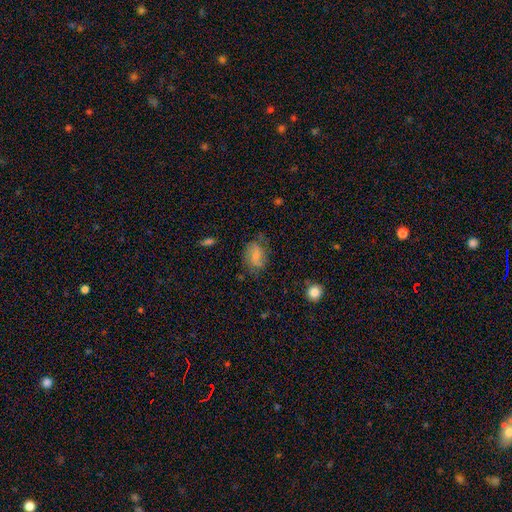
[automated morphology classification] smooth-or-featured: smooth: 58% | featured or disk: 33% | star or artifact: 9%
  how-rounded: in between: 71% | round: 27% | cigar-shaped: 2%
  merging: none: 61% | minor disturbance: 26% | major disturbance: 11% | merger: 2%